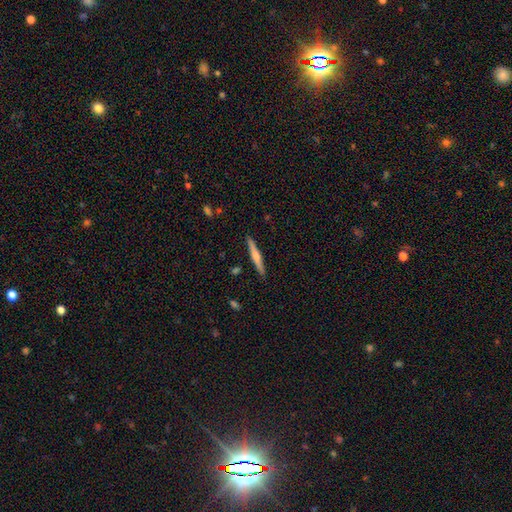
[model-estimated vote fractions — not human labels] This is possibly a featured or disk galaxy (51%). It is clearly viewed edge-on (97%). Merging: clearly none (90%).